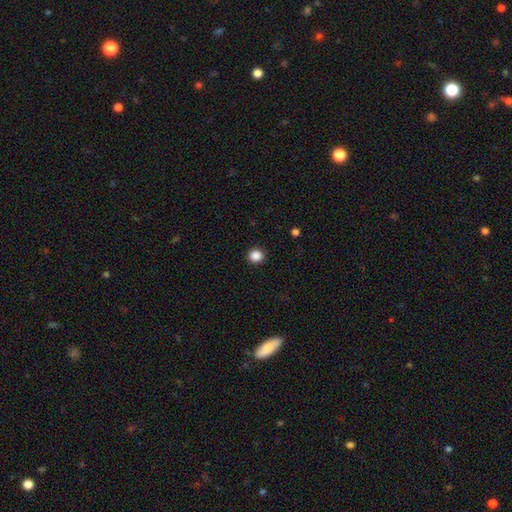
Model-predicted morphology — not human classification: A smooth galaxy with no disk features (87%) that is round (89%).

Vote fractions:
- Smooth or featured? smooth: 87% / star or artifact: 11% / featured or disk: 2%
- How rounded? round: 89% / in between: 10% / cigar-shaped: 1%
- Merging? none: 92% / minor disturbance: 5% / major disturbance: 2% / merger: 1%